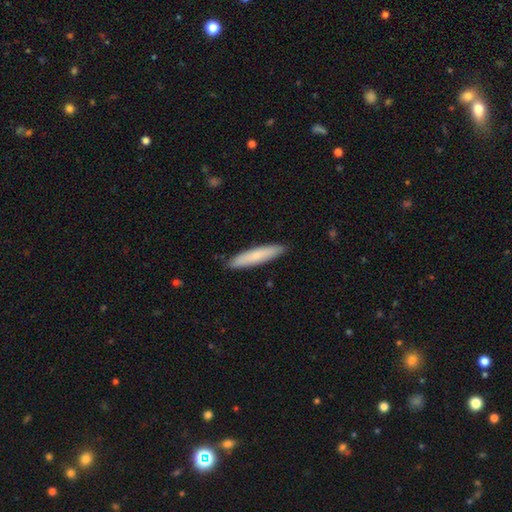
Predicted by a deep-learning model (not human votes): The model was most divided on "smooth or featured": smooth: 74%, featured or disk: 21%, star or artifact: 6%. More confident: merging — none (90%); how rounded — cigar-shaped (89%).